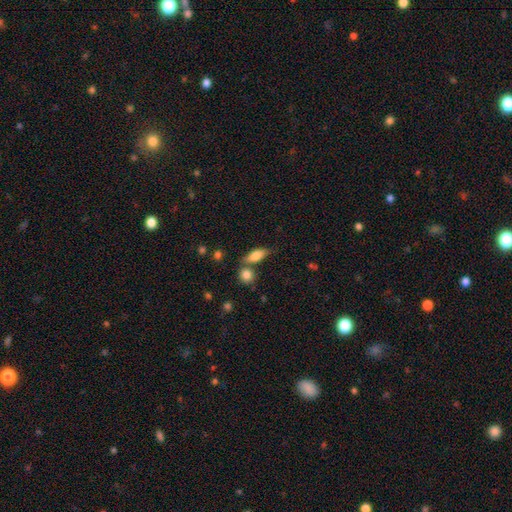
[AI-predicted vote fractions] Smooth or featured? Predicted: smooth (p=0.74). How rounded? Predicted: in between (p=0.72). Merging? Predicted: none (p=0.62).